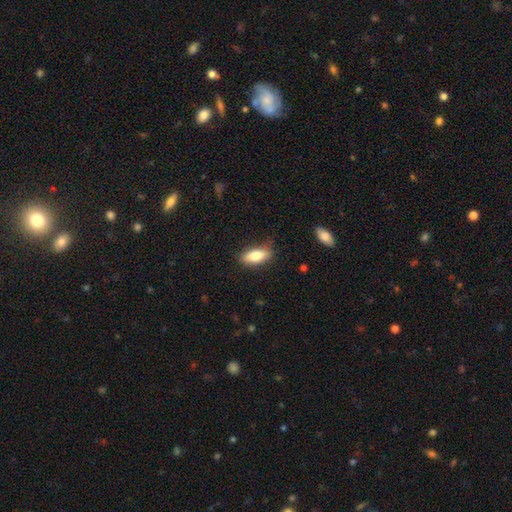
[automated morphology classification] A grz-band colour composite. It shows a smooth galaxy with no disk features (79%) that is in between round and cigar-shaped (79%). Merging: none (79%).